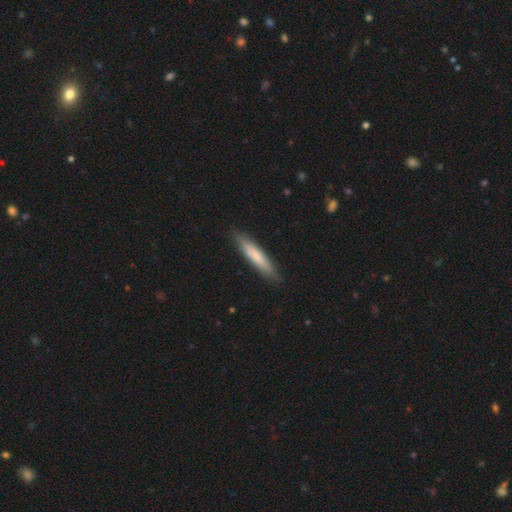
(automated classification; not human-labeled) Smooth or featured? smooth (73%)
How rounded? cigar-shaped (91%)
Merging? none (88%)